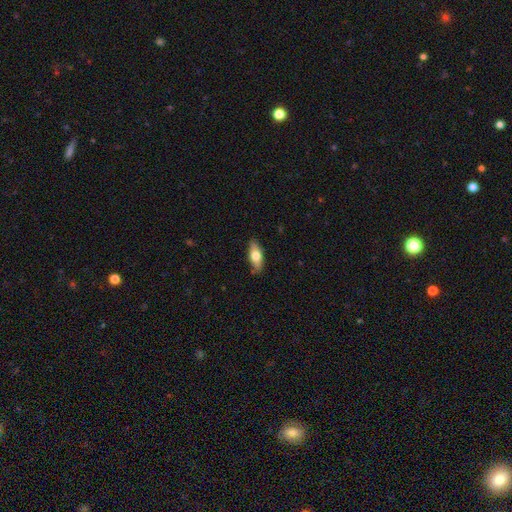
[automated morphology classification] This appears to be a smooth galaxy with no disk features (68%) that is in between round and cigar-shaped (73%). Merging: none (83%).